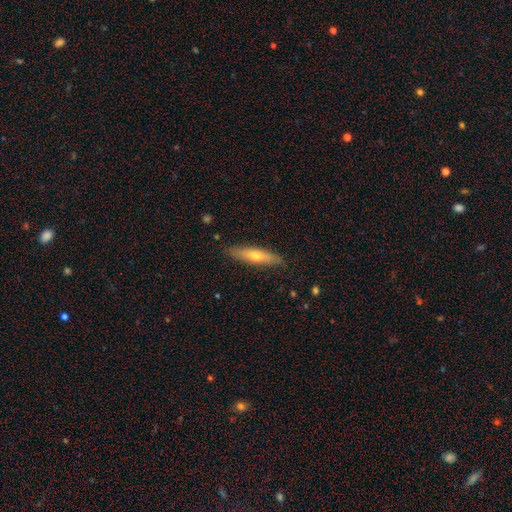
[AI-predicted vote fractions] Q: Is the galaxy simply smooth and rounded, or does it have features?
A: smooth — 55%.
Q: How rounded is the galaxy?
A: cigar-shaped — 76%.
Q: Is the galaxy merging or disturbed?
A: none — 87%.